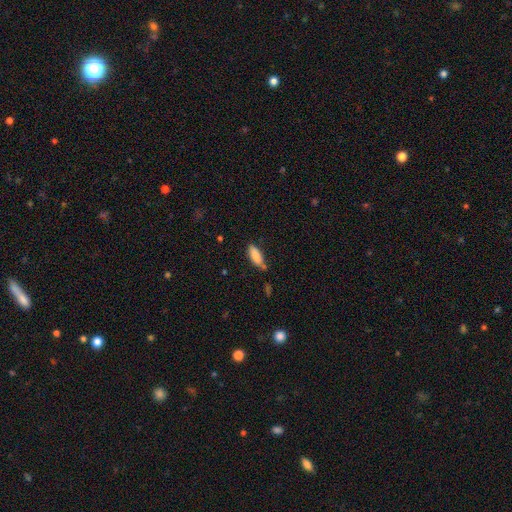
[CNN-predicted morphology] smooth_or_featured: smooth (p=0.86) [alt: featured or disk p=0.07]
how_rounded: in between (p=0.72) [alt: cigar-shaped p=0.26]
merging: none (p=0.62) [alt: minor disturbance p=0.24]